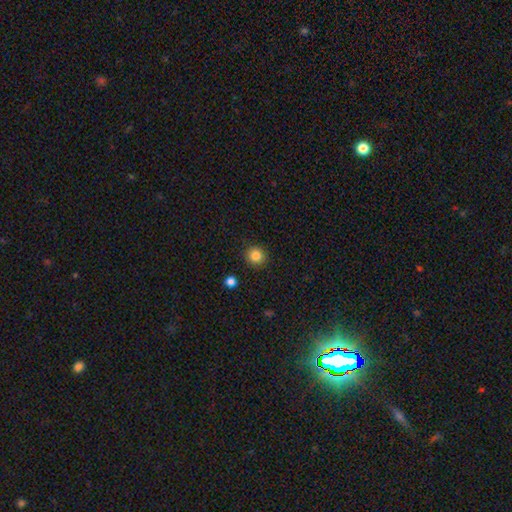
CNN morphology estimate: Overall: smooth (85%). How rounded: round (92%). Merging: none (91%).